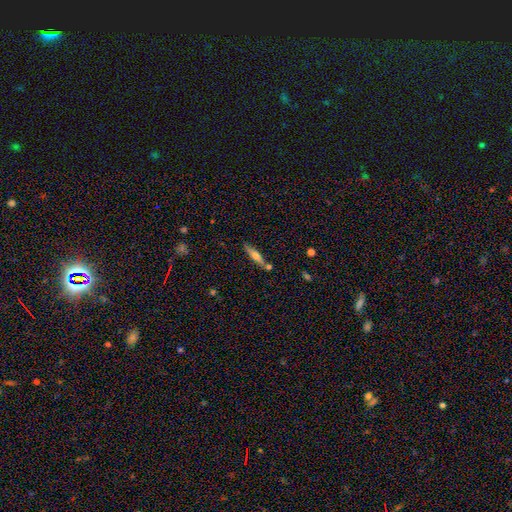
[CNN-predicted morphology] This is possibly a smooth galaxy (48%). Merging: likely none (72%).